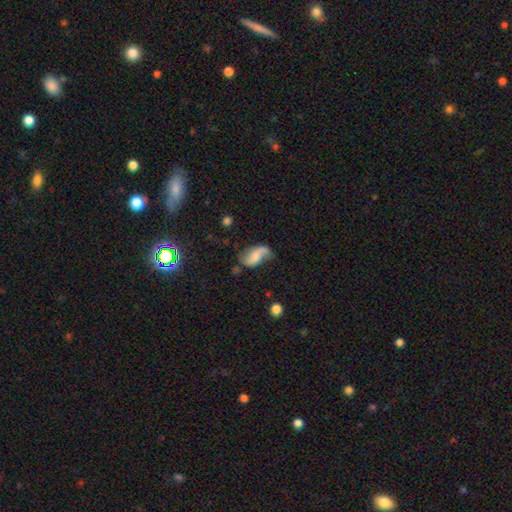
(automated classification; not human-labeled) Smooth or featured?
  - featured or disk: 54% *
  - smooth: 38%
  - star or artifact: 9%
Edge-on disk?
  - no: 95% *
  - yes: 5%
Bar?
  - no: 50% *
  - weak: 36%
  - strong: 13%
Spiral arms?
  - yes: 87% *
  - no: 13%
Bulge size?
  - small: 34% * (tied)
  - none: 34% * (tied)
  - moderate: 23%
  - large: 6%
  - dominant: 2%
Merging?
  - none: 43% *
  - minor disturbance: 30%
  - major disturbance: 21%
  - merger: 6%